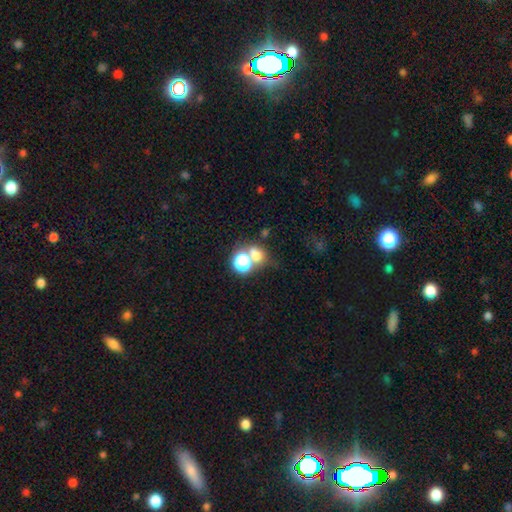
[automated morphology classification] A smooth galaxy with no disk features (61%) that is round (65%). Merging: none (49%).